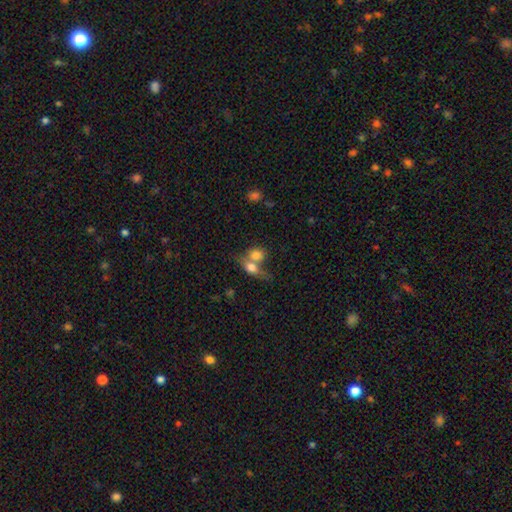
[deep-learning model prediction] Smooth or featured: smooth — 74% (featured or disk — 18%)
How rounded: in between — 48% (round — 47%)
Merging: merger — 65% (none — 23%)